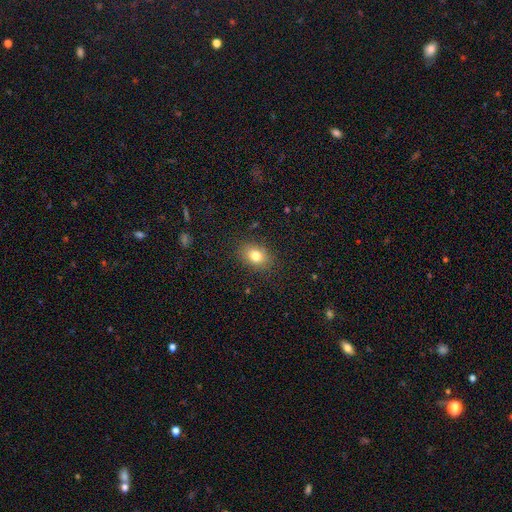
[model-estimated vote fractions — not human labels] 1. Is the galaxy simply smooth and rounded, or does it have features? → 79% smooth, 11% star or artifact, 9% featured or disk.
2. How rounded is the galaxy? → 64% in between, 34% round, 1% cigar-shaped.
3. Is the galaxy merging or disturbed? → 85% none, 10% minor disturbance, 3% major disturbance, 1% merger.